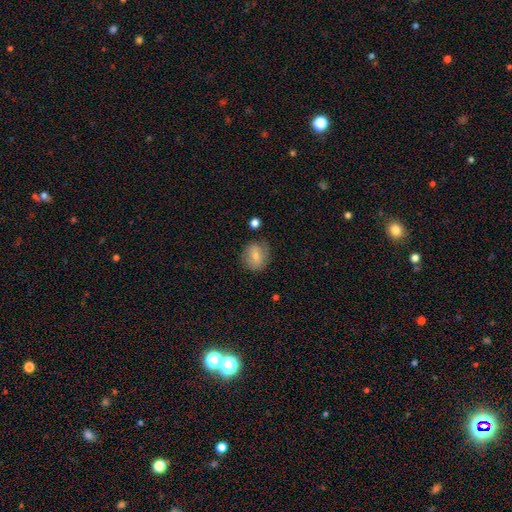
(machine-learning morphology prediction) Smooth or featured: smooth — 71% (featured or disk — 20%)
How rounded: round — 67% (in between — 32%)
Merging: none — 77% (minor disturbance — 16%)